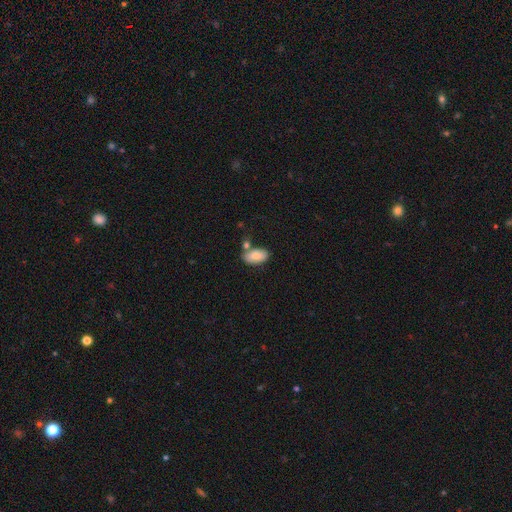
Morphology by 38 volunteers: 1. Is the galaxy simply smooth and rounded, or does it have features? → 87% smooth, 8% featured or disk, 5% star or artifact.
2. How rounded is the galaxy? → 97% in between, 3% round, 0% cigar-shaped.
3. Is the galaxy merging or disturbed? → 58% none, 19% minor disturbance, 19% merger, 3% major disturbance.